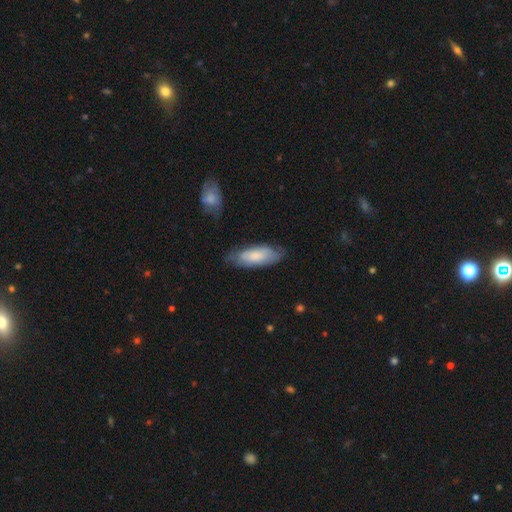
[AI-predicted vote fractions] Smooth or featured? smooth (69%)
How rounded? in between (75%)
Merging? none (69%)